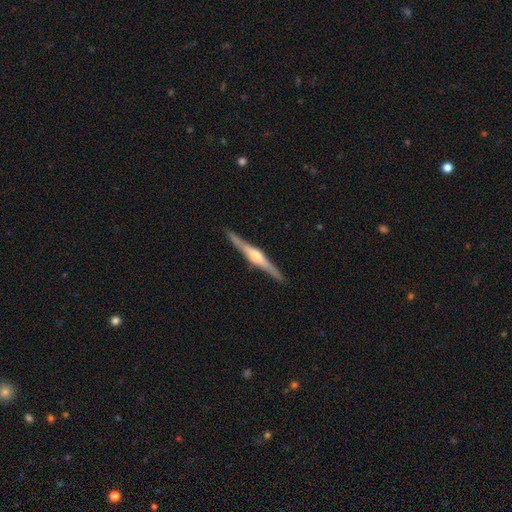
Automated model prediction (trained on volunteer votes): Smooth or featured?
  - featured or disk: 81% *
  - smooth: 14%
  - star or artifact: 5%
Edge-on disk?
  - yes: 98% *
  - no: 2%
Edge-on bulge?
  - rounded: 84% *
  - boxy: 11%
  - none: 5%
Merging?
  - none: 90% *
  - minor disturbance: 7%
  - major disturbance: 1%
  - merger: 1%